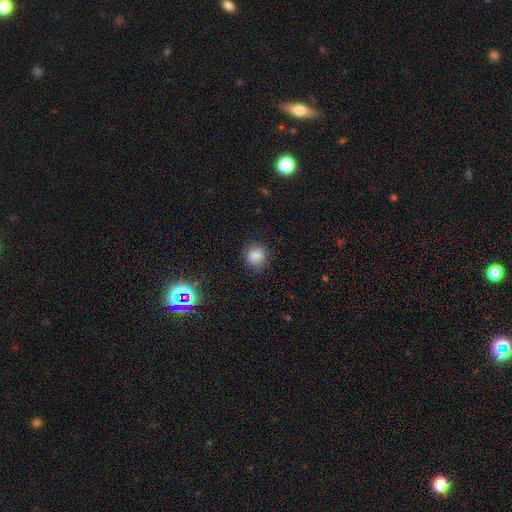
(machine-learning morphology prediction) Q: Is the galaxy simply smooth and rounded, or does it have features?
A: smooth — 84%.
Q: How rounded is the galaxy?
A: round — 82%.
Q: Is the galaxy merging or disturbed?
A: none — 82%.